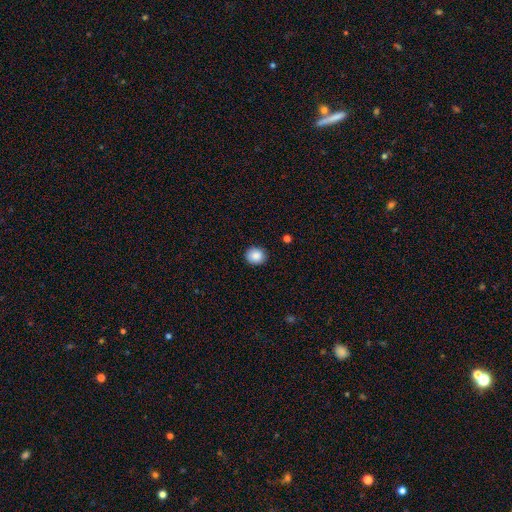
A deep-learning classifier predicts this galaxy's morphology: Overall: smooth (87%). How rounded: round (84%). Merging: none (90%).